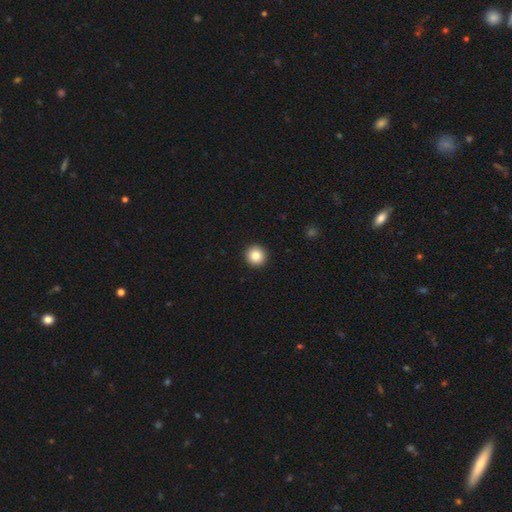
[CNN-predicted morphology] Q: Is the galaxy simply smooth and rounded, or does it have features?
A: smooth — 84%.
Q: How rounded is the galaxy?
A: round — 96%.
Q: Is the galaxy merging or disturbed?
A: none — 94%.